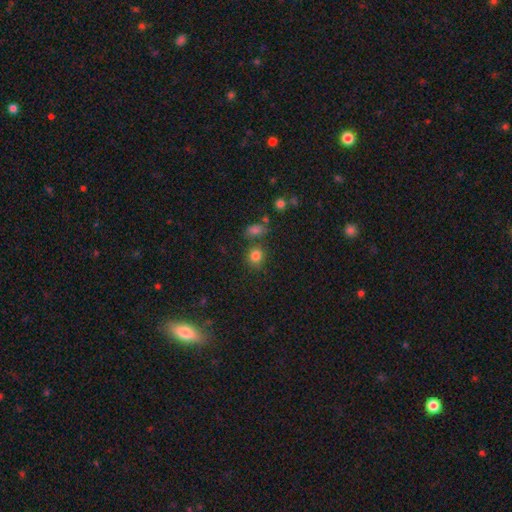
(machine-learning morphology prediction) A smooth galaxy with no disk features (81%) that is round (81%). Merging: none (71%).